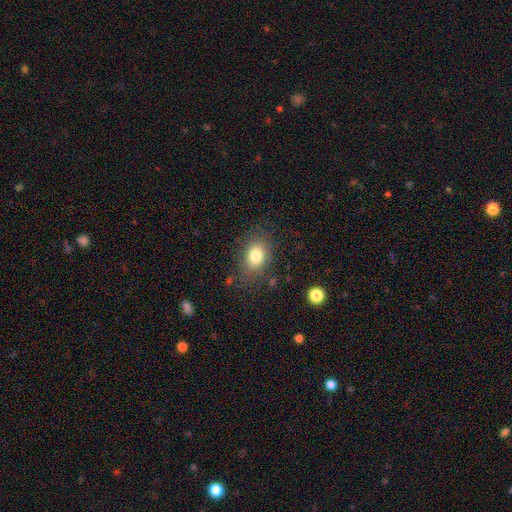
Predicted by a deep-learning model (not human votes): Smooth or featured?
  - smooth: 79% *
  - featured or disk: 11%
  - star or artifact: 10%
How rounded?
  - in between: 71% *
  - round: 27%
  - cigar-shaped: 1%
Merging?
  - none: 77% *
  - minor disturbance: 15%
  - major disturbance: 6%
  - merger: 2%